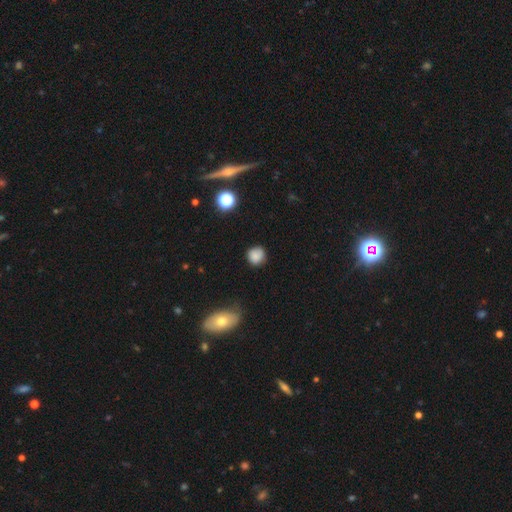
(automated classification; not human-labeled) This is clearly a smooth galaxy (81%). How rounded: clearly round (86%). Merging: likely none (75%).